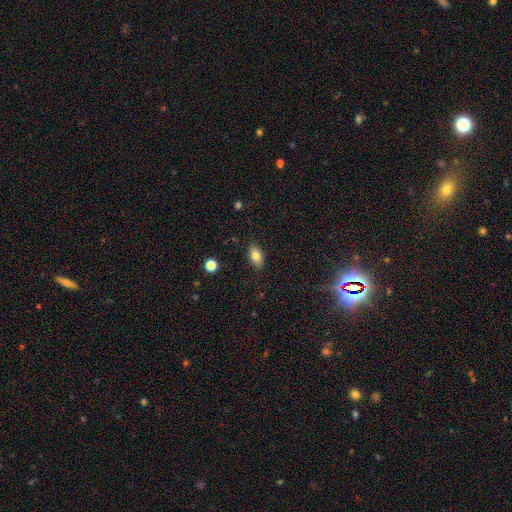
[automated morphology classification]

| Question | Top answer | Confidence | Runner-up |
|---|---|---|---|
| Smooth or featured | smooth | 80% | featured or disk (11%) |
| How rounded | in between | 89% | round (8%) |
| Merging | none | 86% | minor disturbance (11%) |